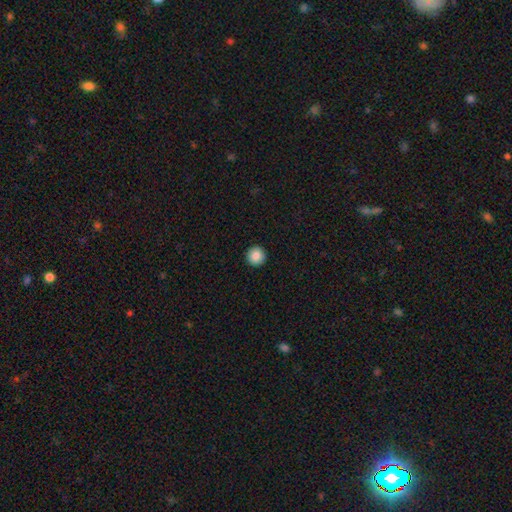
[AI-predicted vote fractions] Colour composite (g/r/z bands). It shows a smooth galaxy with no disk features (87%) that is round (96%). Merging: none (94%).